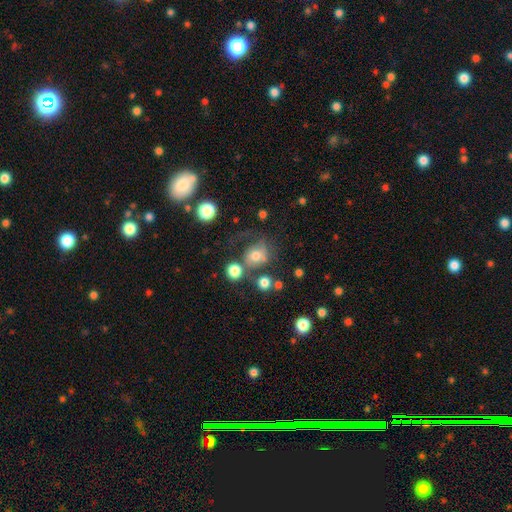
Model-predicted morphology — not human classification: Smooth or featured? smooth (64%)
How rounded? round (68%)
Merging? none (35%)